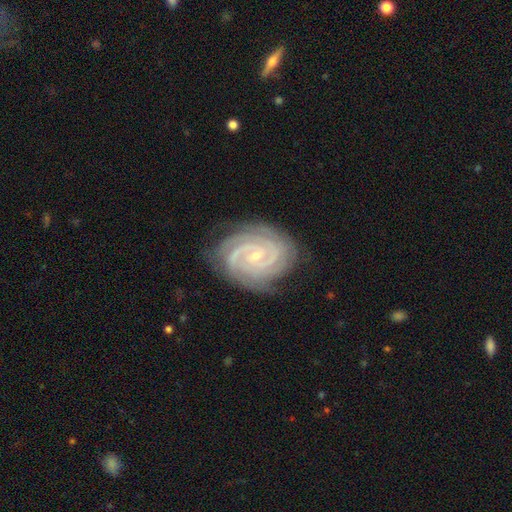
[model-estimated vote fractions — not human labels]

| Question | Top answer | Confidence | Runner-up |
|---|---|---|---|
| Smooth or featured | featured or disk | 91% | star or artifact (5%) |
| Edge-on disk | no | 98% | yes (2%) |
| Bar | no | 50% | weak (36%) |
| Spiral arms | yes | 99% | no (1%) |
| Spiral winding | tight | 79% | medium (18%) |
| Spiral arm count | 2 | 28% | 3 (27%) |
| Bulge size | small | 81% | moderate (16%) |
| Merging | none | 81% | minor disturbance (14%) |